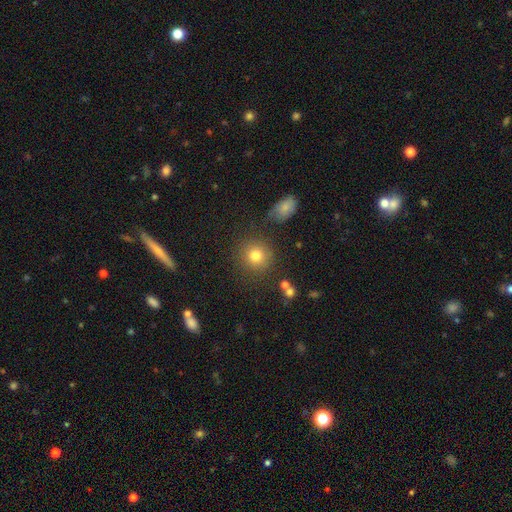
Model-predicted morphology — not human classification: type=smooth (78%); roundness=round (90%); merging=none (83%).